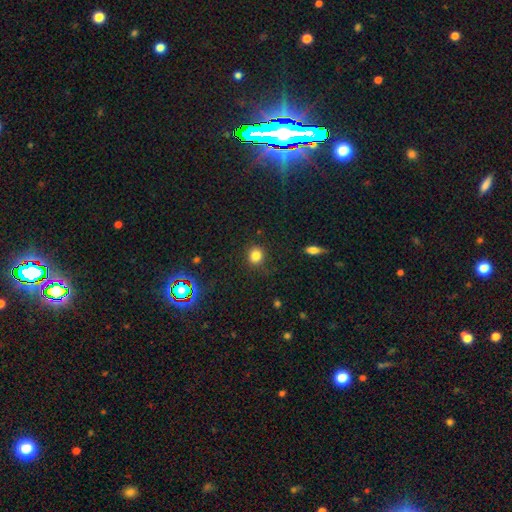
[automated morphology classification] smooth_or_featured: smooth (p=0.81) [alt: star or artifact p=0.14]
how_rounded: round (p=0.82) [alt: in between p=0.17]
merging: none (p=0.85) [alt: minor disturbance p=0.10]